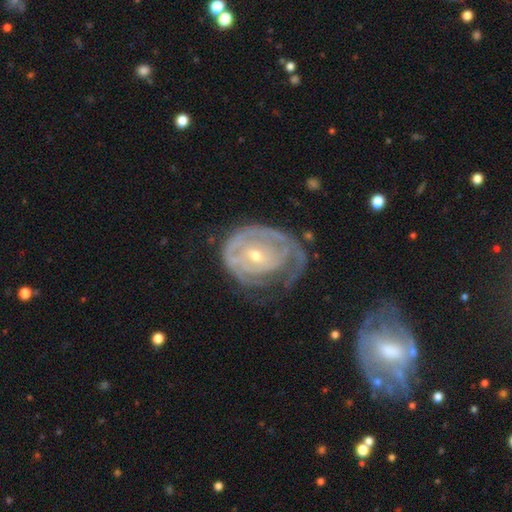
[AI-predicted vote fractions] Smooth or featured: featured or disk — 80% (smooth — 15%)
Edge-on disk: no — 97% (yes — 3%)
Bar: no — 67% (weak — 26%)
Spiral arms: yes — 79% (no — 21%)
Spiral winding: tight — 70% (medium — 20%)
Spiral arm count: can't tell — 42% (1 — 23%)
Bulge size: small — 61% (moderate — 35%)
Merging: none — 37% (major disturbance — 34%)